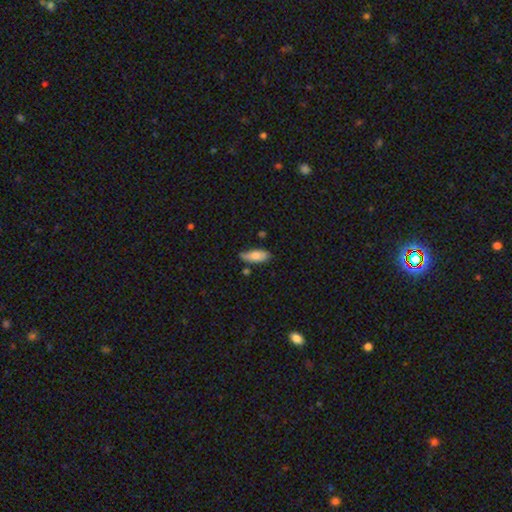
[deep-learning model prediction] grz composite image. It shows a smooth galaxy with no disk features (78%) that is in between round and cigar-shaped (75%). Merging: none (63%).